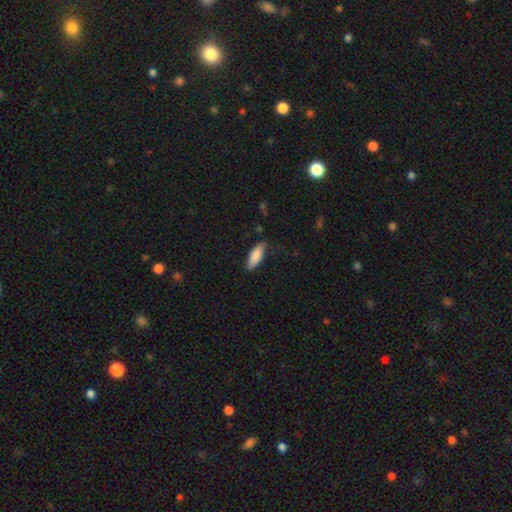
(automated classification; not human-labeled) The model was most divided on "how rounded": in between: 71%, cigar-shaped: 27%, round: 2%. More confident: smooth or featured — smooth (85%); merging — none (73%).